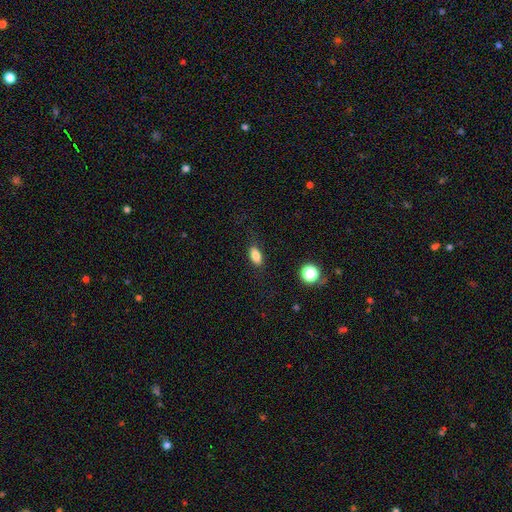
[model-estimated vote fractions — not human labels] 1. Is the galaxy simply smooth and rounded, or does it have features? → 84% smooth, 9% star or artifact, 7% featured or disk.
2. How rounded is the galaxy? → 85% in between, 8% cigar-shaped, 7% round.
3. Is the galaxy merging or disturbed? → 83% none, 12% minor disturbance, 4% major disturbance, 1% merger.